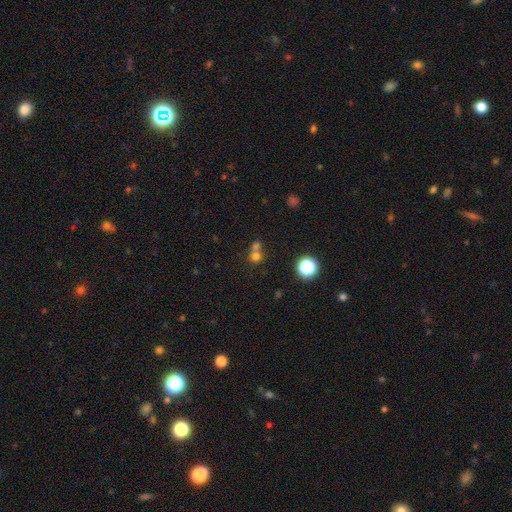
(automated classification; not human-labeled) smooth 67%, star or artifact 21%, featured or disk 12%. Down the decision tree: how rounded — round (85%); merging — merger (50%).